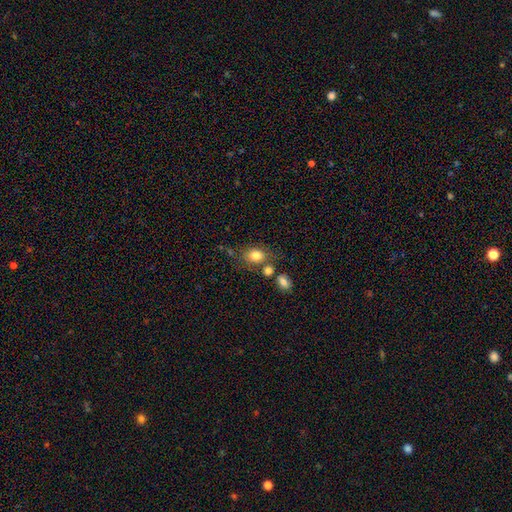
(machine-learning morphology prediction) Q: Smooth or featured?
A: smooth (80%); runner-up: star or artifact (10%)
Q: How rounded?
A: in between (57%); runner-up: round (42%)
Q: Merging?
A: none (62%); runner-up: merger (18%)